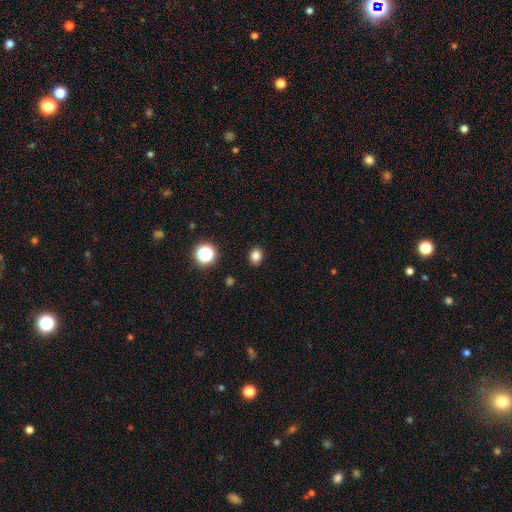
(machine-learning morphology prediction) Smooth or featured? Predicted: smooth (p=0.81). How rounded? Predicted: round (p=0.61). Merging? Predicted: none (p=0.89).